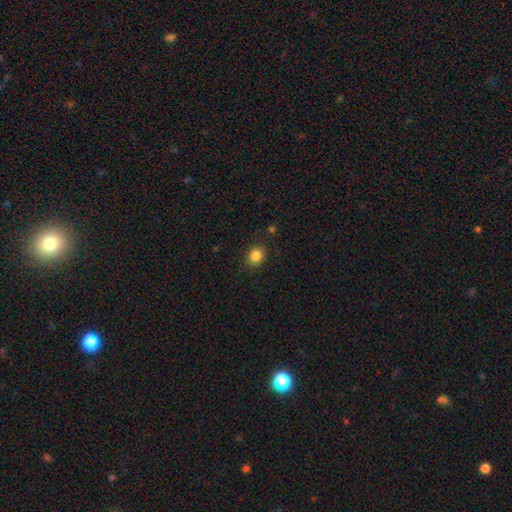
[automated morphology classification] smooth 85%, star or artifact 11%, featured or disk 4%. Down the decision tree: how rounded — round (65%); merging — none (87%).